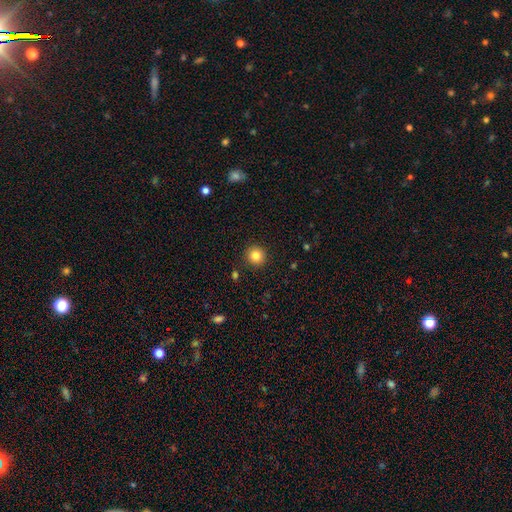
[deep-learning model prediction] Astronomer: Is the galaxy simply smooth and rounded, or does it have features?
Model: smooth — 83%.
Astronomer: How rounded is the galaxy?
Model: round — 94%.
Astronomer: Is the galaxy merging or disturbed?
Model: none — 91%.